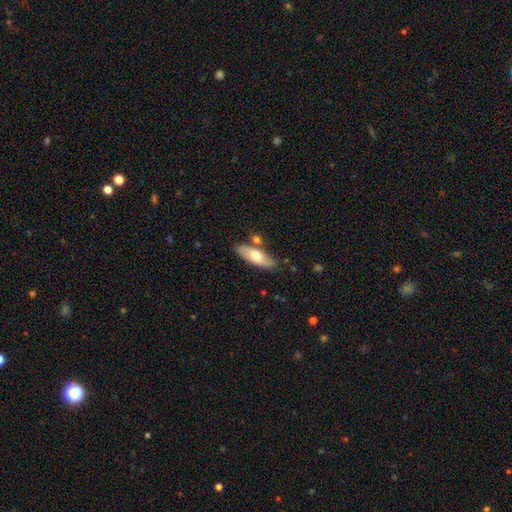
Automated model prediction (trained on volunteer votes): A smooth galaxy with no disk features (62%) that is in between round and cigar-shaped (62%). Merging: none (76%).